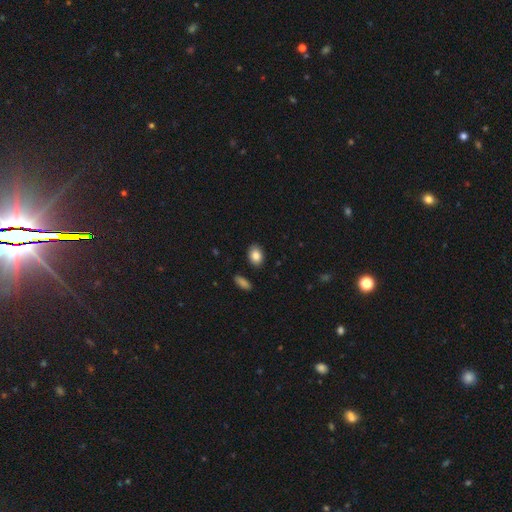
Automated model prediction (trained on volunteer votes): smooth 86%, star or artifact 8%, featured or disk 6%. Down the decision tree: how rounded — in between (80%); merging — none (87%).